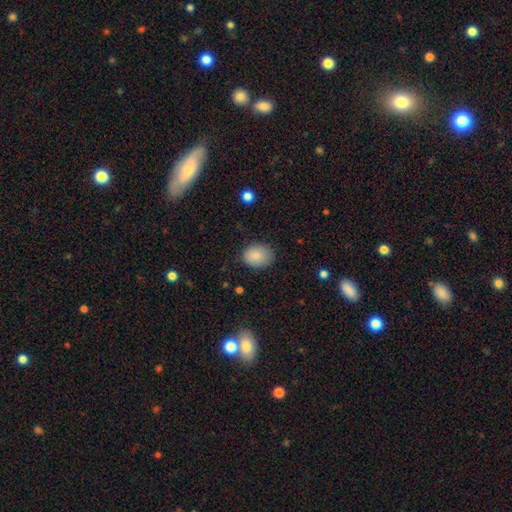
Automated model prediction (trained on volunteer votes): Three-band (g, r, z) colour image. It shows a smooth galaxy with no disk features (87%) that is in between round and cigar-shaped (59%). Merging: none (80%).